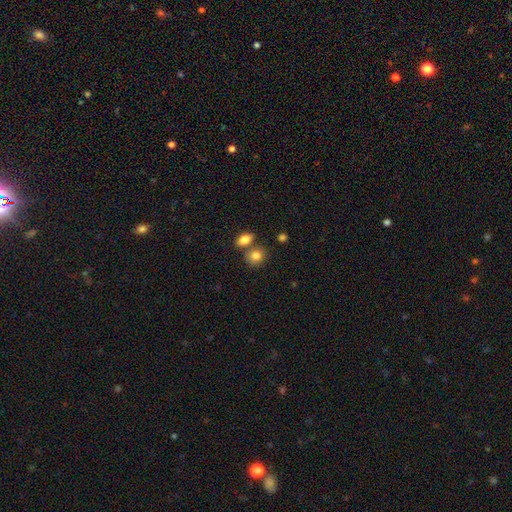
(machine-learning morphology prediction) A smooth galaxy with no disk features (82%) that is round (63%). Merging: none (59%).